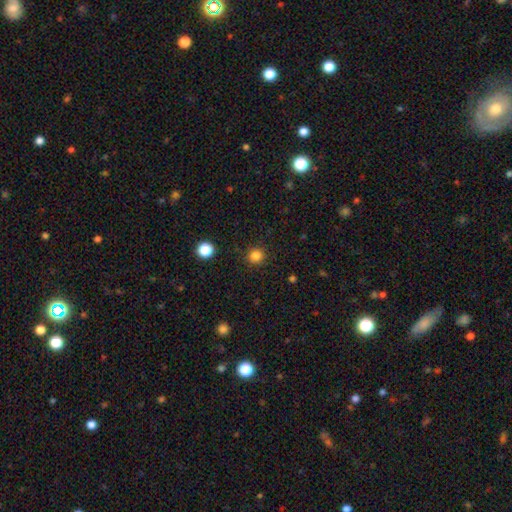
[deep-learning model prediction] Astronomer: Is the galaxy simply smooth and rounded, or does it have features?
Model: smooth — 83%.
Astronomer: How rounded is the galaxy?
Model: round — 93%.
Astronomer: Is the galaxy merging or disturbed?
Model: none — 90%.